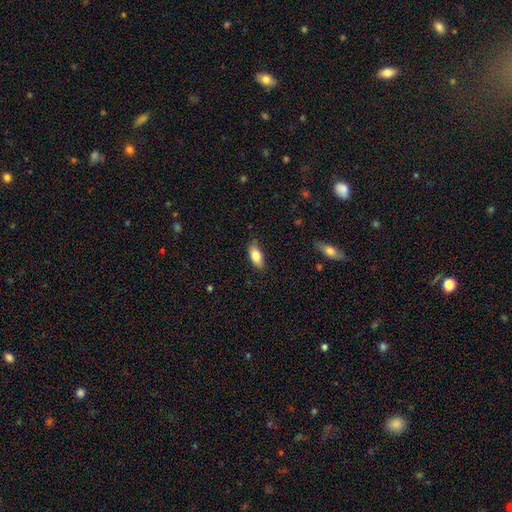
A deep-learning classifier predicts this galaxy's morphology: Smooth or featured?
  - smooth: 82% *
  - featured or disk: 11%
  - star or artifact: 7%
How rounded?
  - in between: 87% *
  - cigar-shaped: 9%
  - round: 3%
Merging?
  - none: 77% *
  - minor disturbance: 19%
  - major disturbance: 3%
  - merger: 1%